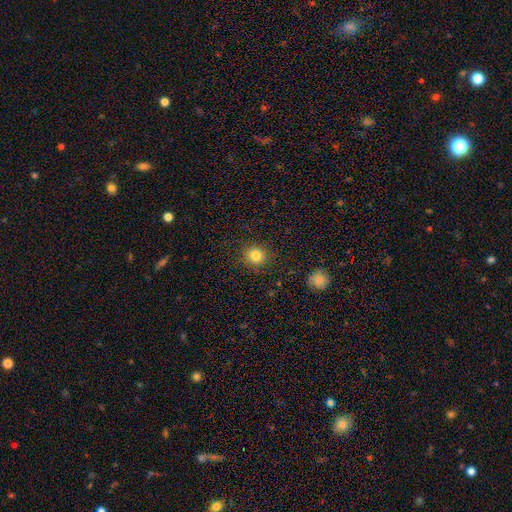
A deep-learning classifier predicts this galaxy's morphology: smooth_or_featured: smooth (p=0.83) [alt: star or artifact p=0.12]
how_rounded: round (p=0.87) [alt: in between p=0.12]
merging: none (p=0.88) [alt: minor disturbance p=0.08]